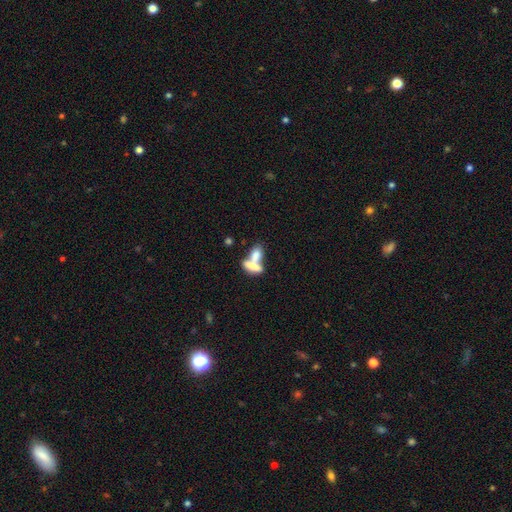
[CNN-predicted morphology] Smooth or featured?
  - smooth: 71% *
  - featured or disk: 21%
  - star or artifact: 8%
How rounded?
  - in between: 76% *
  - cigar-shaped: 16%
  - round: 8%
Merging?
  - merger: 68% *
  - none: 20%
  - minor disturbance: 7%
  - major disturbance: 6%